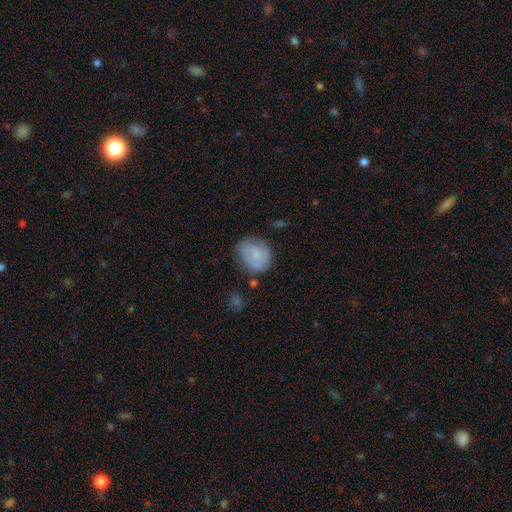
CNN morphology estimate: Smooth or featured? smooth (54%)
How rounded? round (53%)
Merging? none (59%)